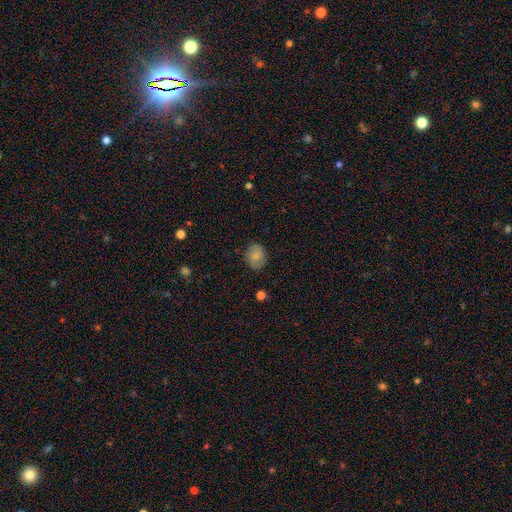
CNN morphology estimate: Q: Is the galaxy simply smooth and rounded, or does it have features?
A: smooth — 73%.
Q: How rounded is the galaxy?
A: round — 51%.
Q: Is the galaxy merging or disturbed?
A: none — 81%.